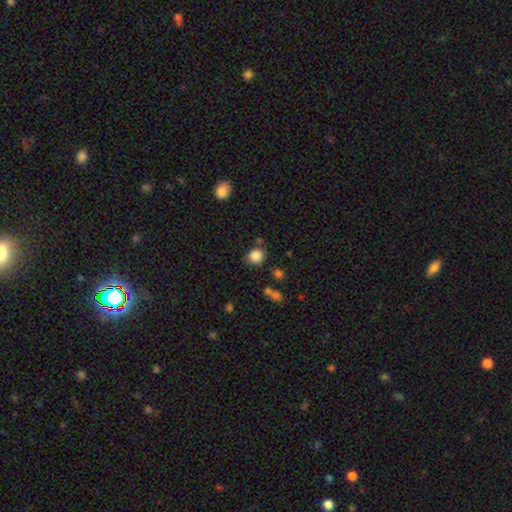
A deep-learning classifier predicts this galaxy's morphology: Smooth or featured: smooth — 86% (star or artifact — 10%)
How rounded: round — 83% (in between — 16%)
Merging: none — 77% (minor disturbance — 13%)